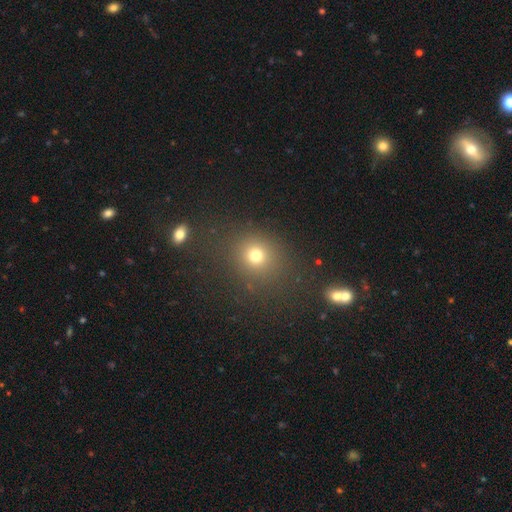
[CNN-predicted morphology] Q: Smooth or featured?
A: smooth (74%); runner-up: star or artifact (19%)
Q: How rounded?
A: round (76%); runner-up: in between (22%)
Q: Merging?
A: none (80%); runner-up: minor disturbance (10%)